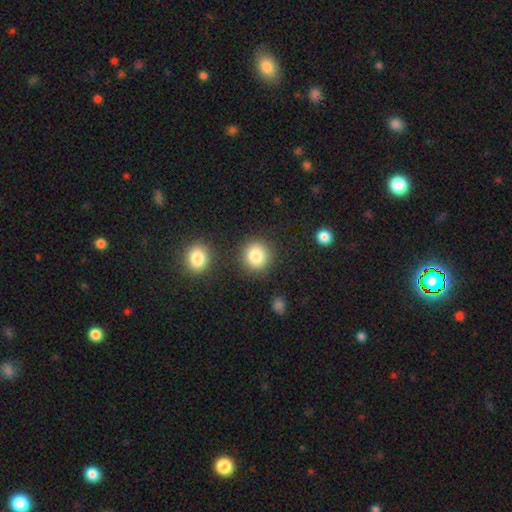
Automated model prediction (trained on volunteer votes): Smooth or featured?
  - smooth: 85% *
  - star or artifact: 10%
  - featured or disk: 6%
How rounded?
  - round: 91% *
  - in between: 8%
  - cigar-shaped: 1%
Merging?
  - none: 85% *
  - minor disturbance: 7%
  - merger: 5%
  - major disturbance: 3%